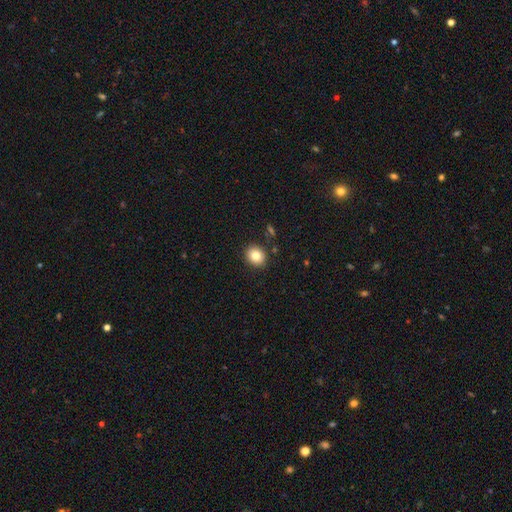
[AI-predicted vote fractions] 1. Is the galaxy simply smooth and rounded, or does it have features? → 82% smooth, 10% star or artifact, 8% featured or disk.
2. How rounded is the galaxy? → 64% round, 35% in between, 1% cigar-shaped.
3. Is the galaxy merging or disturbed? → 89% none, 7% minor disturbance, 2% merger, 2% major disturbance.